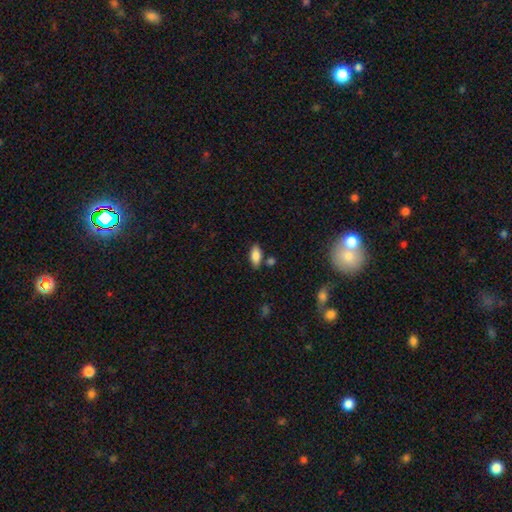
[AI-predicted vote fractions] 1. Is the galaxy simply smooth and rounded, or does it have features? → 84% smooth, 9% featured or disk, 7% star or artifact.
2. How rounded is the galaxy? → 89% in between, 8% cigar-shaped, 3% round.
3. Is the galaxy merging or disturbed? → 78% none, 13% minor disturbance, 7% merger, 3% major disturbance.